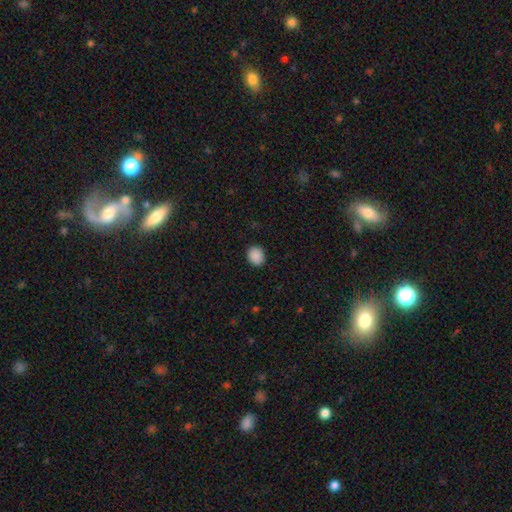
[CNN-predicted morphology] Smooth or featured? Predicted: smooth (p=0.89). How rounded? Predicted: round (p=0.61). Merging? Predicted: none (p=0.90).